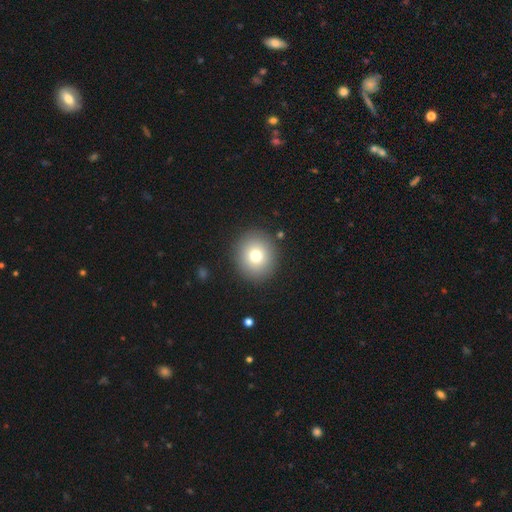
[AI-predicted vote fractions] A smooth galaxy with no disk features (77%) that is round (87%).

Vote fractions:
- Smooth or featured? smooth: 77% / featured or disk: 12% / star or artifact: 11%
- How rounded? round: 87% / in between: 12% / cigar-shaped: 1%
- Merging? none: 89% / minor disturbance: 7% / major disturbance: 2% / merger: 2%